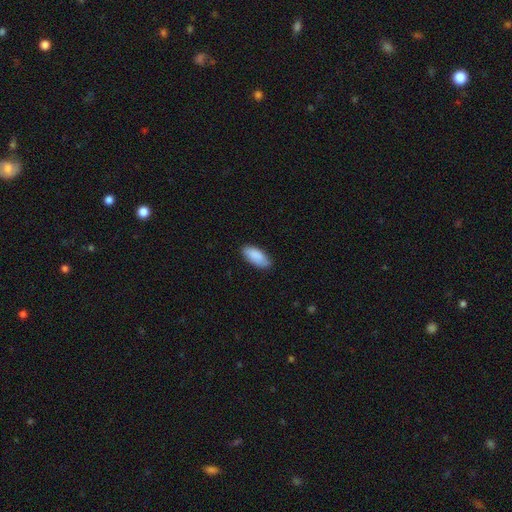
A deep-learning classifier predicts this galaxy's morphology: Smooth or featured: smooth — 89% (star or artifact — 6%)
How rounded: in between — 88% (cigar-shaped — 10%)
Merging: none — 83% (minor disturbance — 14%)